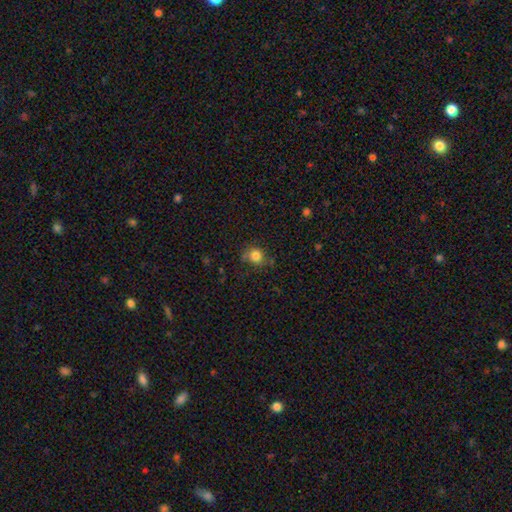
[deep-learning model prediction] Morphology: type=smooth (82%); roundness=round (72%); merging=none (65%).